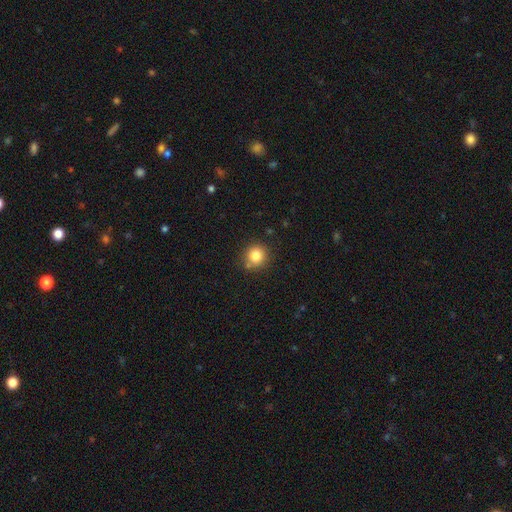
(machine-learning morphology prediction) smooth_or_featured: smooth (p=0.83) [alt: star or artifact p=0.11]
how_rounded: round (p=0.91) [alt: in between p=0.08]
merging: none (p=0.79) [alt: minor disturbance p=0.12]